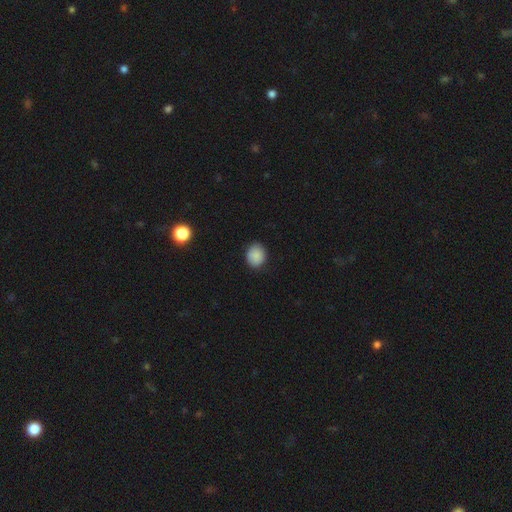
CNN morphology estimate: Overall: smooth (87%). How rounded: round (67%; in between 32%). Merging: none (85%).